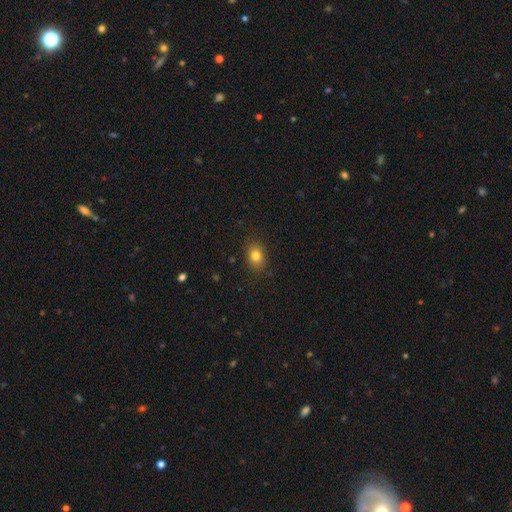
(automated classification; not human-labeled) The model was most divided on "how rounded": in between: 59%, round: 39%, cigar-shaped: 1%. More confident: merging — none (86%); smooth or featured — smooth (82%).